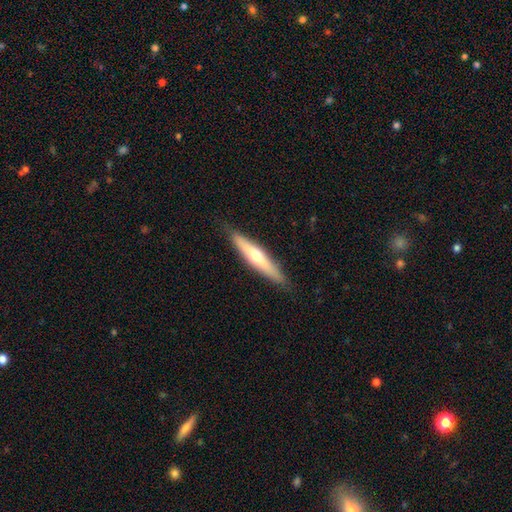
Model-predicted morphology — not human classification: A featured or disk galaxy (48%).

Vote fractions:
- Smooth or featured? featured or disk: 48% / smooth: 46% / star or artifact: 6%
- Merging? none: 87% / minor disturbance: 10% / major disturbance: 2% / merger: 1%